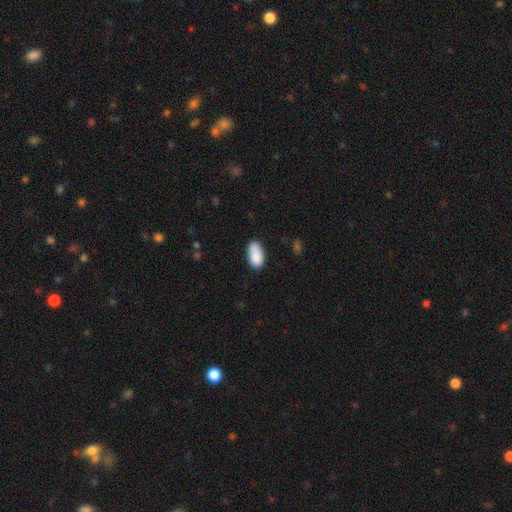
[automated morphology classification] Smooth or featured?
  - smooth: 86% *
  - star or artifact: 7%
  - featured or disk: 7%
How rounded?
  - in between: 94% *
  - round: 4%
  - cigar-shaped: 3%
Merging?
  - none: 66% *
  - minor disturbance: 24%
  - major disturbance: 5%
  - merger: 4%